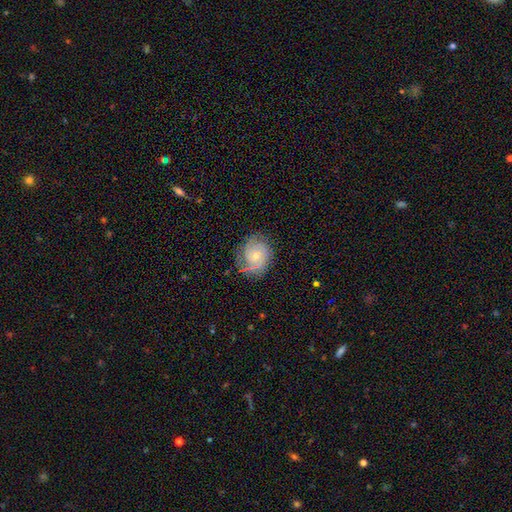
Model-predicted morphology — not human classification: smooth-or-featured: featured or disk: 72% | smooth: 21% | star or artifact: 8%
  disk-edge-on: no: 97% | yes: 3%
    bar: no: 77% | weak: 20% | strong: 3%
    has-spiral-arms: yes: 92% | no: 8%
      spiral-winding: tight: 53% | medium: 35% | loose: 12%
      spiral-arm-count: 2: 41% | can't tell: 23% | 3: 18% | 1: 10% | 4: 5% | more than 4: 4%
    bulge-size: small: 62% | moderate: 34% | large: 2% | none: 2% | dominant: 1%
  merging: none: 71% | minor disturbance: 19% | major disturbance: 8% | merger: 2%